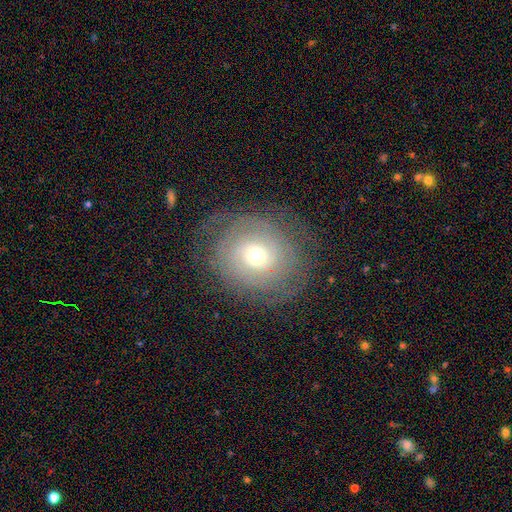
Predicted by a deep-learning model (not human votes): Morphology: type=featured or disk (65%); edge-on=no (96%); bar=no (79%); spiral arms=yes (82%); winding=tight (74%); arm count=can't tell (45%); bulge=moderate (55%); merging=none (74%).